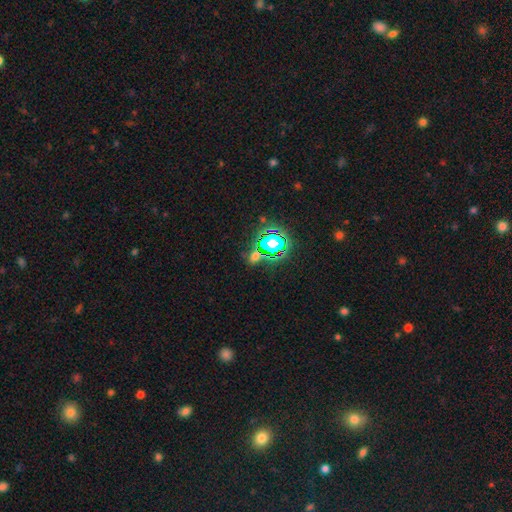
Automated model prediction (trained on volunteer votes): Smooth or featured? star or artifact (51%)